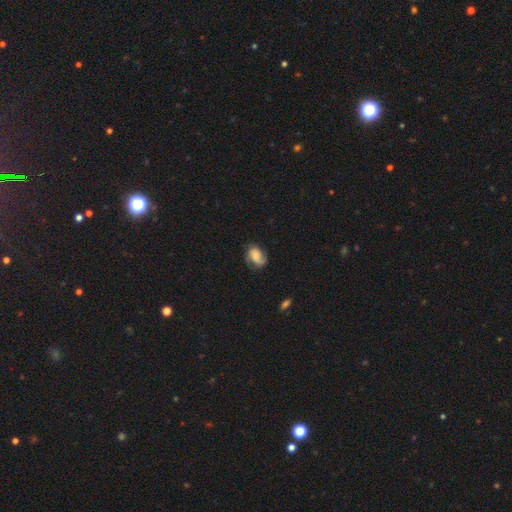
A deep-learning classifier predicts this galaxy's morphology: featured or disk 48%, smooth 44%, star or artifact 8%. Down the decision tree: merging — none (62%).